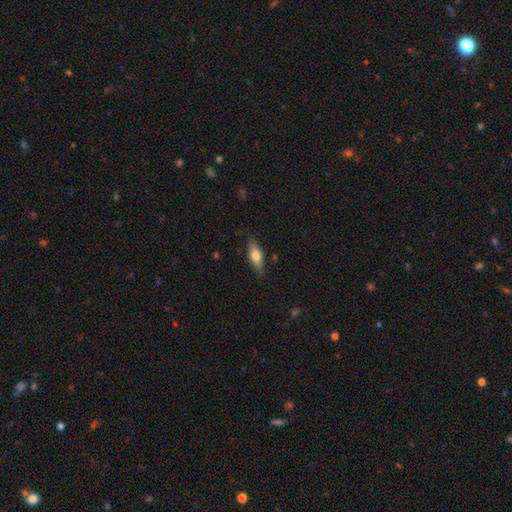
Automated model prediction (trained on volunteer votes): Smooth or featured? Predicted: smooth (p=0.67). How rounded? Predicted: in between (p=0.63). Merging? Predicted: none (p=0.81).